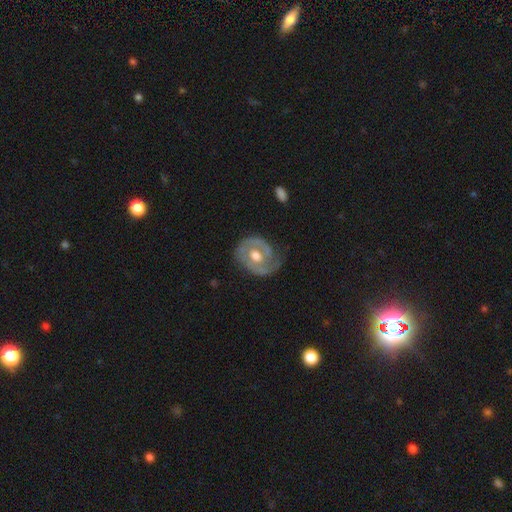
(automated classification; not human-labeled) Smooth or featured?
  - featured or disk: 78% *
  - smooth: 17%
  - star or artifact: 5%
Edge-on disk?
  - no: 97% *
  - yes: 3%
Bar?
  - no: 60% *
  - weak: 32%
  - strong: 8%
Spiral arms?
  - yes: 80% *
  - no: 20%
Spiral winding?
  - tight: 54% *
  - medium: 33%
  - loose: 12%
Spiral arm count?
  - 2: 55% *
  - 1: 19%
  - can't tell: 18%
  - 3: 5%
  - 4: 2%
  - more than 4: 2%
Bulge size?
  - moderate: 75% *
  - large: 14%
  - small: 8%
  - none: 1%
  - dominant: 1%
Merging?
  - none: 67% *
  - minor disturbance: 22%
  - major disturbance: 9%
  - merger: 2%